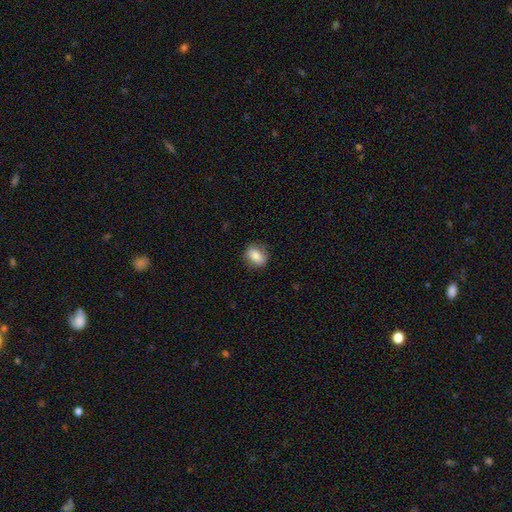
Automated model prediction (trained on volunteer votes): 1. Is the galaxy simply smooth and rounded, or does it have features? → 77% smooth, 15% featured or disk, 8% star or artifact.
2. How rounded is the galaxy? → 57% in between, 41% round, 2% cigar-shaped.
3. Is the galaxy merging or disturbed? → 83% none, 13% minor disturbance, 3% major disturbance, 1% merger.